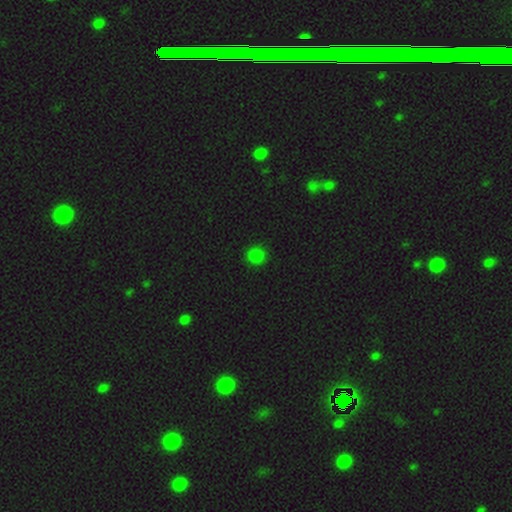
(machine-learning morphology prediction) Smooth or featured? smooth (82%)
How rounded? round (91%)
Merging? none (91%)